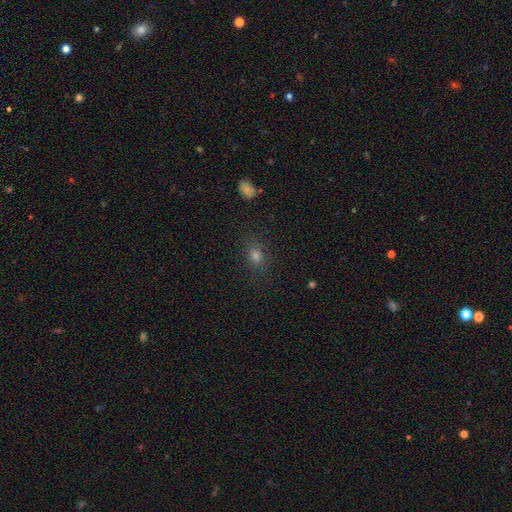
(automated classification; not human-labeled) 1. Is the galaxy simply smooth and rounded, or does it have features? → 71% smooth, 21% star or artifact, 9% featured or disk.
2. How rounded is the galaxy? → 57% round, 41% in between, 2% cigar-shaped.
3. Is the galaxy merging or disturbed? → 84% none, 11% minor disturbance, 4% major disturbance, 1% merger.